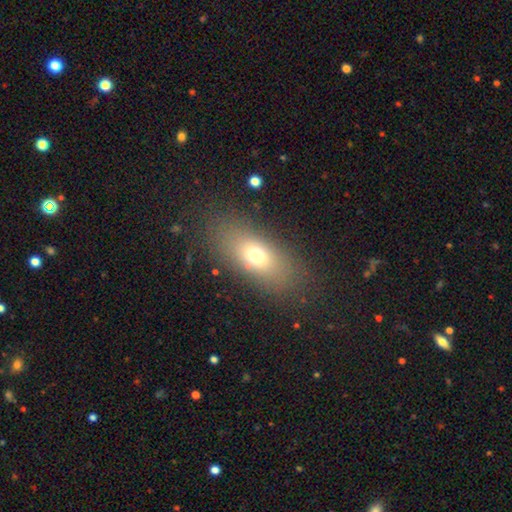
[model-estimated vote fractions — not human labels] Morphology: type=smooth (68%); roundness=in between (79%); merging=none (82%).